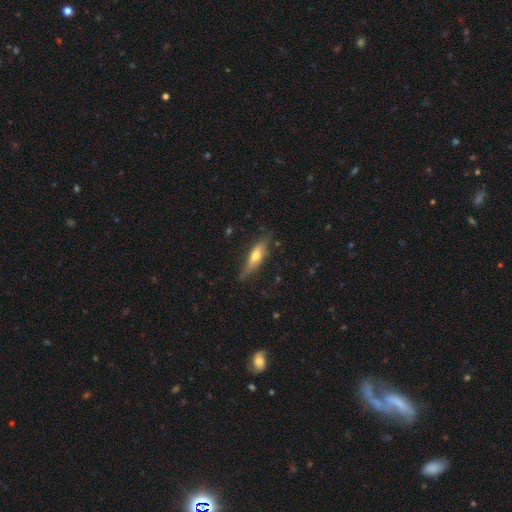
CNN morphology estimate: Smooth or featured: smooth — 54% (featured or disk — 40%)
How rounded: cigar-shaped — 62% (in between — 36%)
Merging: none — 71% (minor disturbance — 22%)